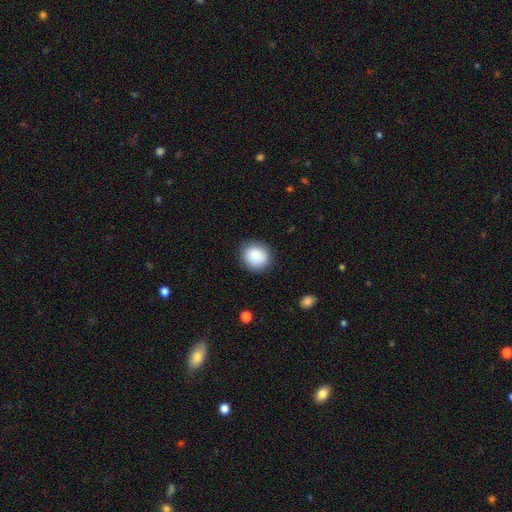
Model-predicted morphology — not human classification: Q: Smooth or featured?
A: smooth (86%); runner-up: star or artifact (8%)
Q: How rounded?
A: round (79%); runner-up: in between (20%)
Q: Merging?
A: none (87%); runner-up: minor disturbance (9%)